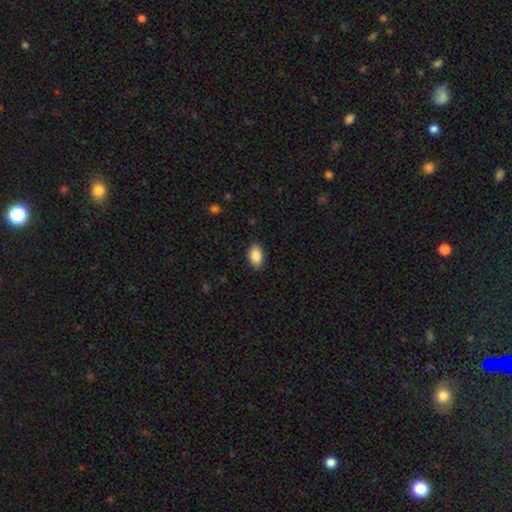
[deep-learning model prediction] Morphology: type=smooth (89%); roundness=in between (92%); merging=none (87%).